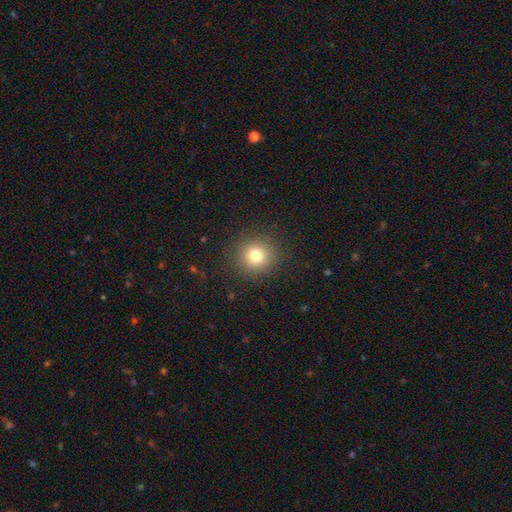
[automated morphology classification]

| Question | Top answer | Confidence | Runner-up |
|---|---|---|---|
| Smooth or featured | smooth | 79% | star or artifact (13%) |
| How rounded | round | 93% | in between (6%) |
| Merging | none | 90% | minor disturbance (6%) |